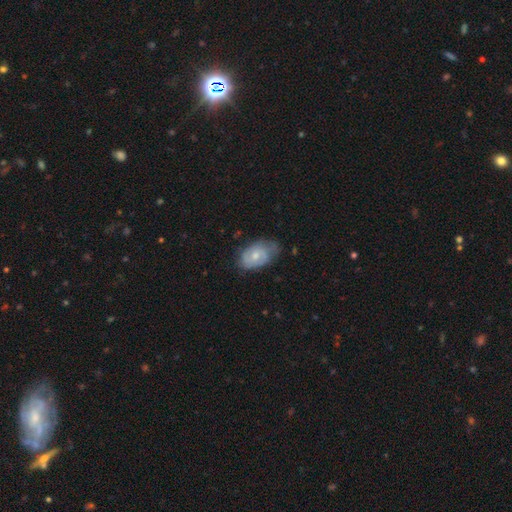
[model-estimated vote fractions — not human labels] Q: Smooth or featured?
A: featured or disk (52%); runner-up: smooth (42%)
Q: Edge-on disk?
A: no (95%); runner-up: yes (5%)
Q: Merging?
A: none (58%); runner-up: minor disturbance (31%)